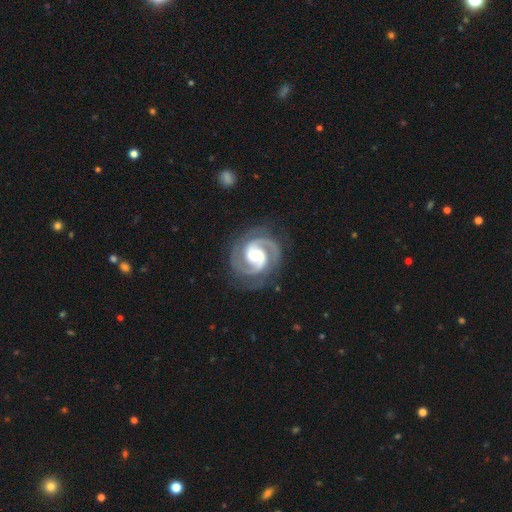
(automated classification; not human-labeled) A featured or disk galaxy (93%) with a weak bar (42%), 2 (87%) medium (48%) spiral arms (99%) and a moderate central bulge (65%).

Vote fractions:
- Smooth or featured? featured or disk: 93% / star or artifact: 4% / smooth: 3%
- Edge-on disk? no: 98% / yes: 2%
- Bar? weak: 42% / no: 36% / strong: 22%
- Spiral arms? yes: 99% / no: 1%
- Spiral winding? medium: 48% / tight: 46% / loose: 6%
- Spiral arm count? 2: 87% / 3: 7% / can't tell: 2% / 1: 1% / 4: 1% / more than 4: 1%
- Bulge size? moderate: 65% / small: 21% / large: 12% / none: 1% / dominant: 1%
- Merging? none: 82% / minor disturbance: 12% / major disturbance: 5% / merger: 1%